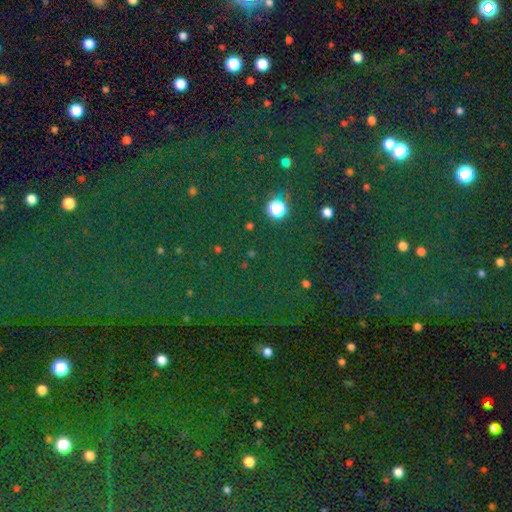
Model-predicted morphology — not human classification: type=star or artifact (83%).